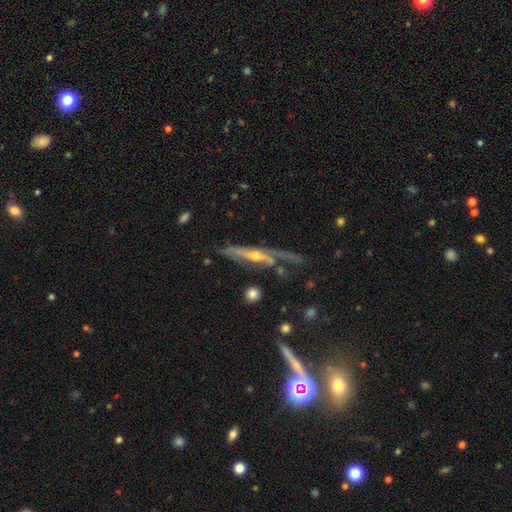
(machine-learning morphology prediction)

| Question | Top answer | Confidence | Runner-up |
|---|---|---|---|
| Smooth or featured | featured or disk | 72% | smooth (21%) |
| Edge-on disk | yes | 71% | no (29%) |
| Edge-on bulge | rounded | 70% | none (23%) |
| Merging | none | 46% | minor disturbance (26%) |